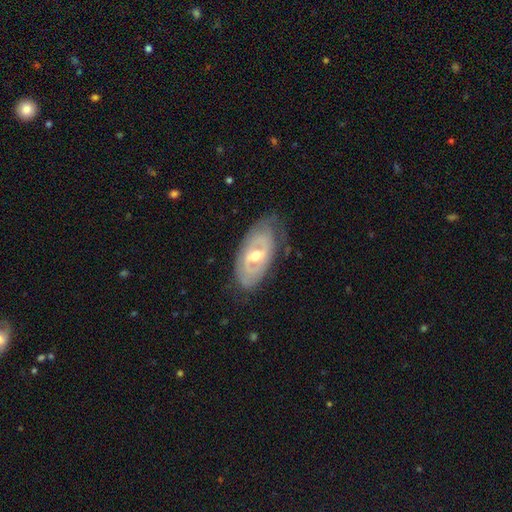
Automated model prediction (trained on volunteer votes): Q: Smooth or featured?
A: featured or disk (75%); runner-up: smooth (18%)
Q: Edge-on disk?
A: no (91%); runner-up: yes (9%)
Q: Bar?
A: weak (41%); runner-up: no (40%)
Q: Spiral arms?
A: yes (70%); runner-up: no (30%)
Q: Bulge size?
A: moderate (65%); runner-up: small (30%)
Q: Merging?
A: none (73%); runner-up: minor disturbance (19%)